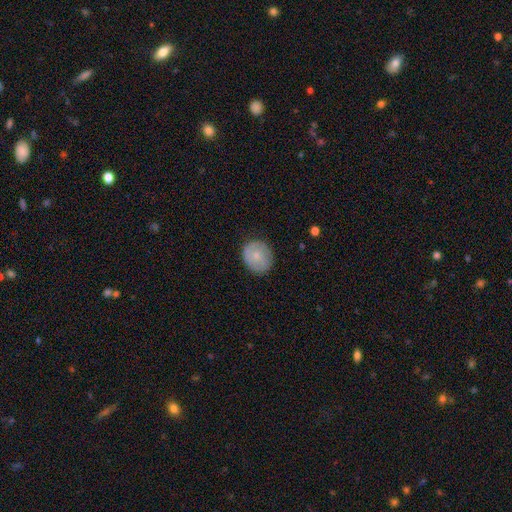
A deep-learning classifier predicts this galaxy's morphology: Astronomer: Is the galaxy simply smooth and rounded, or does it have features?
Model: smooth — 63%.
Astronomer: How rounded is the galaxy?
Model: round — 73%.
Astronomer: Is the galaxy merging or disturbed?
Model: none — 81%.